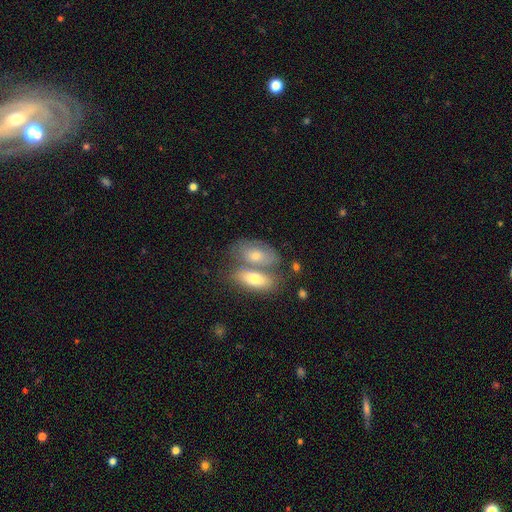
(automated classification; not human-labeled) A smooth galaxy with no disk features (60%) that is in between round and cigar-shaped (85%).

Vote fractions:
- Smooth or featured? smooth: 60% / featured or disk: 33% / star or artifact: 7%
- How rounded? in between: 85% / cigar-shaped: 9% / round: 6%
- Merging? merger: 50% / none: 35% / minor disturbance: 10% / major disturbance: 4%